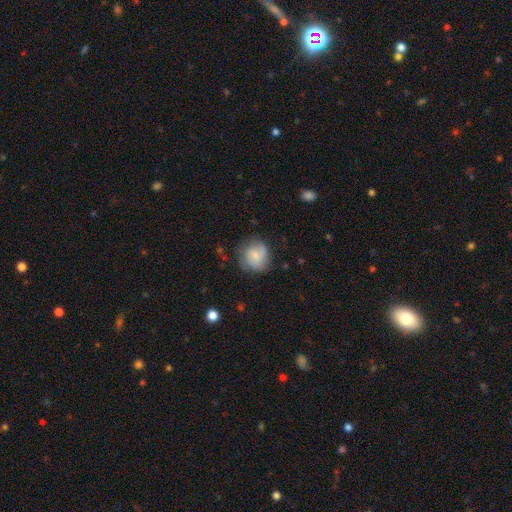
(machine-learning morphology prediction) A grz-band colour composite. It shows a smooth galaxy with no disk features (52%) that is round (82%). Merging: none (67%).